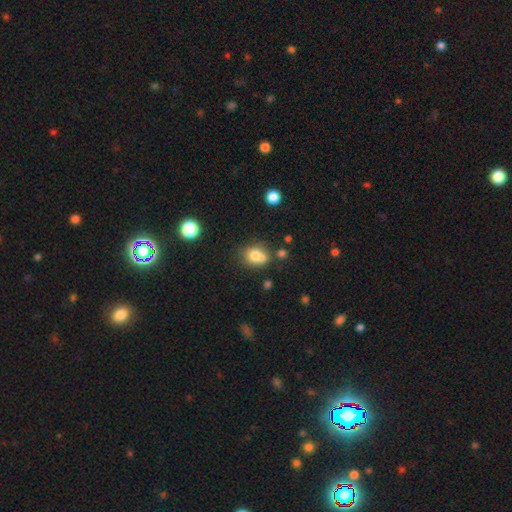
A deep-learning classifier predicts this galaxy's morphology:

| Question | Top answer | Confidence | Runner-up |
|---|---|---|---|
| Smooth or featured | smooth | 74% | featured or disk (14%) |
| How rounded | round | 58% | in between (41%) |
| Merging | none | 43% | merger (35%) |